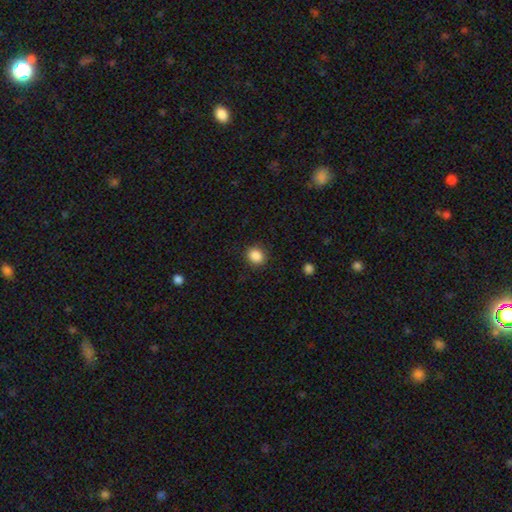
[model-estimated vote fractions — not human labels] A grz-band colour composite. It shows a smooth galaxy with no disk features (87%) that is round (77%). Merging: none (89%).